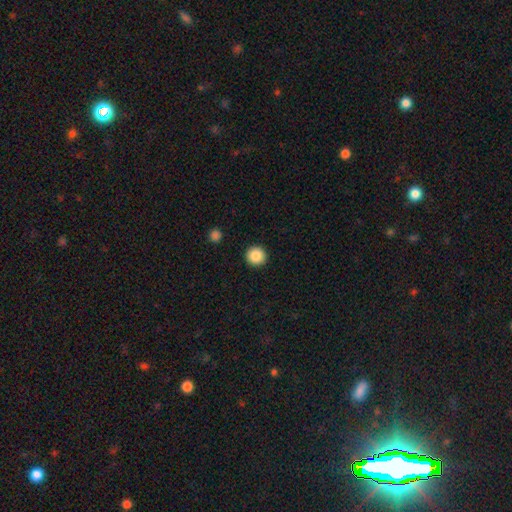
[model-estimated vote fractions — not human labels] A smooth galaxy with no disk features (87%) that is round (95%). Merging: none (93%).